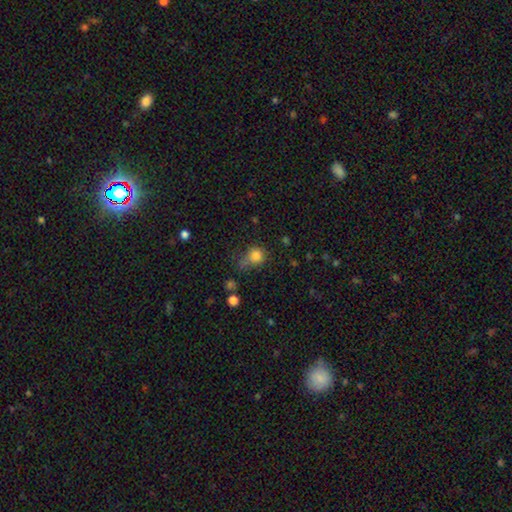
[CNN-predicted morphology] smooth_or_featured: smooth (p=0.80) [alt: star or artifact p=0.12]
how_rounded: round (p=0.81) [alt: in between p=0.18]
merging: none (p=0.52) [alt: minor disturbance p=0.26]